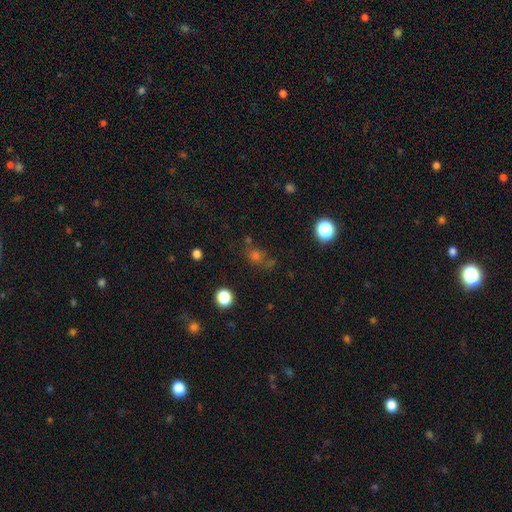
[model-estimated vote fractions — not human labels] A smooth galaxy with no disk features (56%) that is round (74%). Merging: none (64%).